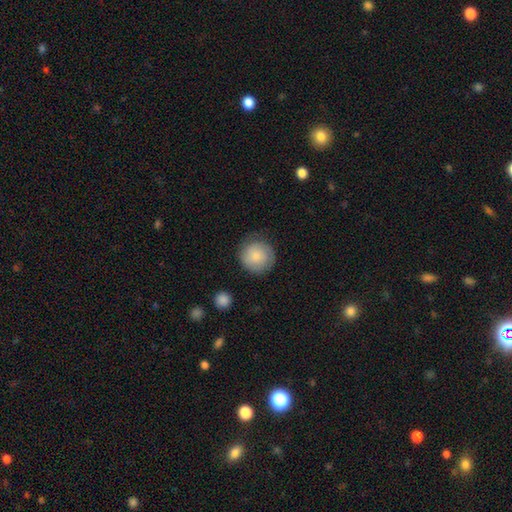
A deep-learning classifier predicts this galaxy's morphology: Overall: smooth (77%). How rounded: round (93%). Merging: none (78%).